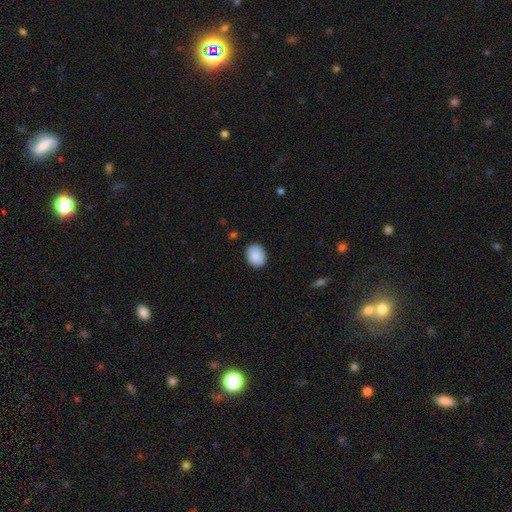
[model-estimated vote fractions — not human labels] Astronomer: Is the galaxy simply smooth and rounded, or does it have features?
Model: smooth — 89%.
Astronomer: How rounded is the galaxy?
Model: in between — 57% (runner-up: round, 42%).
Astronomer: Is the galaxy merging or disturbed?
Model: none — 87%.